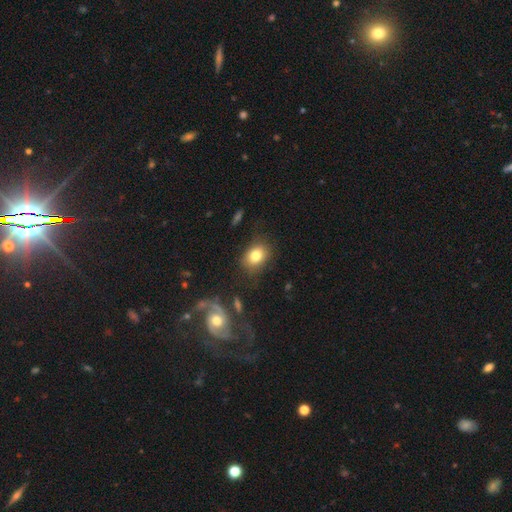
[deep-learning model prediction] smooth_or_featured: smooth (p=0.79) [alt: featured or disk p=0.12]
how_rounded: in between (p=0.64) [alt: round p=0.35]
merging: none (p=0.77) [alt: minor disturbance p=0.15]